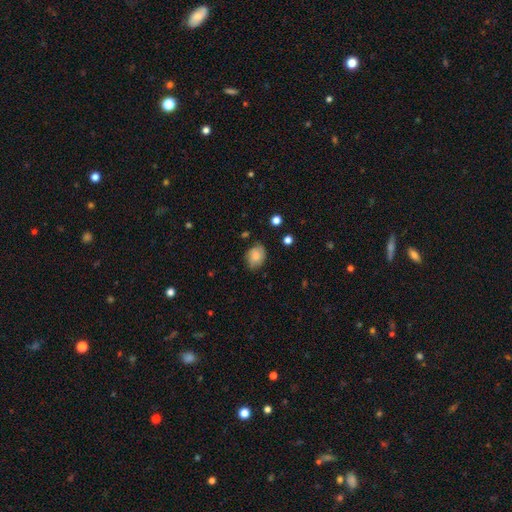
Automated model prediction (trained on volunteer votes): Q: Smooth or featured?
A: smooth (77%); runner-up: featured or disk (15%)
Q: How rounded?
A: in between (60%); runner-up: round (39%)
Q: Merging?
A: none (75%); runner-up: minor disturbance (20%)